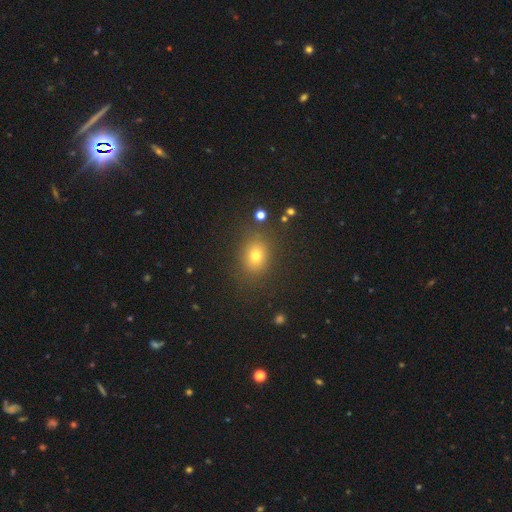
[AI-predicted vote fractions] smooth_or_featured: smooth (p=0.72) [alt: star or artifact p=0.18]
how_rounded: round (p=0.51) [alt: in between p=0.47]
merging: none (p=0.83) [alt: minor disturbance p=0.10]